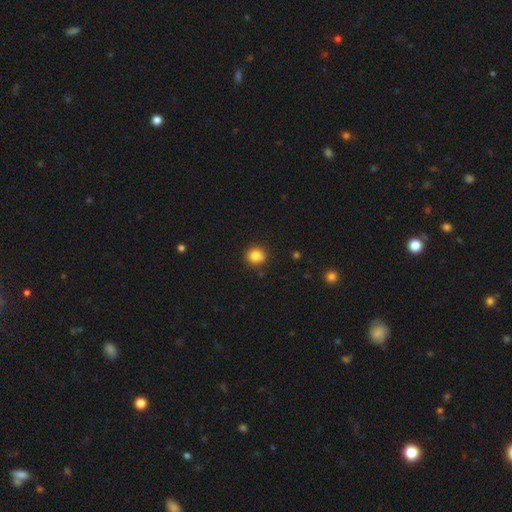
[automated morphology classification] smooth_or_featured: smooth (p=0.83) [alt: star or artifact p=0.11]
how_rounded: round (p=0.85) [alt: in between p=0.14]
merging: none (p=0.84) [alt: minor disturbance p=0.11]